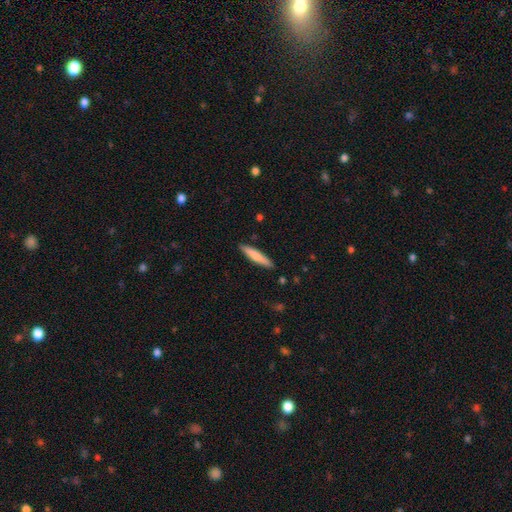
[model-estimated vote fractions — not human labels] A smooth galaxy with no disk features (75%) that is cigar-shaped (89%). Merging: none (89%).